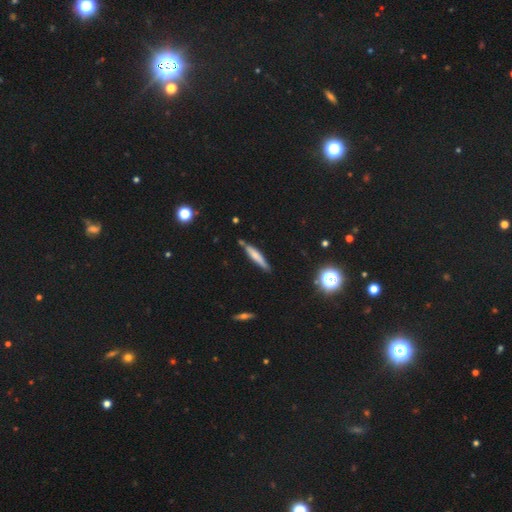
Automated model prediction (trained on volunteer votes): smooth_or_featured: smooth (p=0.60) [alt: featured or disk p=0.31]
how_rounded: cigar-shaped (p=0.89) [alt: in between p=0.10]
merging: none (p=0.76) [alt: minor disturbance p=0.16]